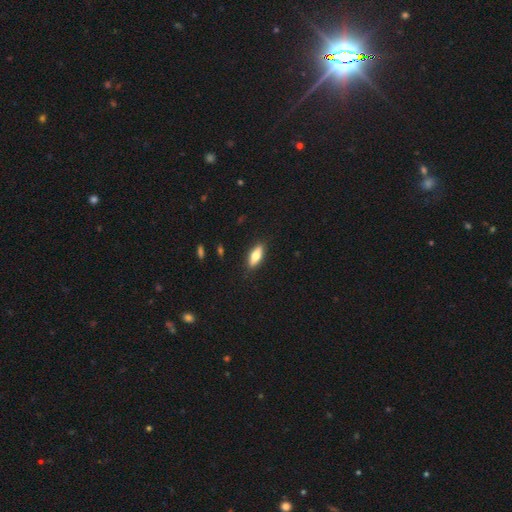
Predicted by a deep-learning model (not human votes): smooth 65%, featured or disk 29%, star or artifact 6%. Down the decision tree: how rounded — in between (66%); merging — none (88%).